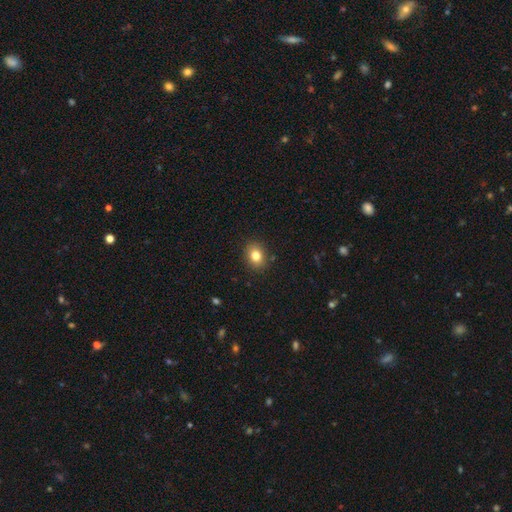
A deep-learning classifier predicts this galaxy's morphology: Q: Smooth or featured?
A: smooth (82%); runner-up: star or artifact (10%)
Q: How rounded?
A: in between (55%); runner-up: round (44%)
Q: Merging?
A: none (87%); runner-up: minor disturbance (9%)